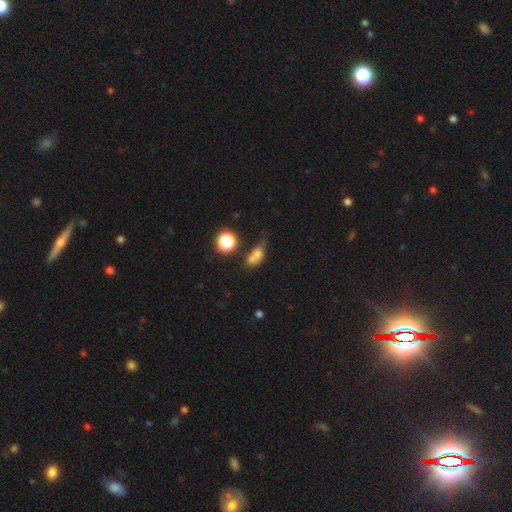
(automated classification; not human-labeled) This appears to be a smooth galaxy with no disk features (67%) that is in between round and cigar-shaped (56%). Merging: merger (43%).